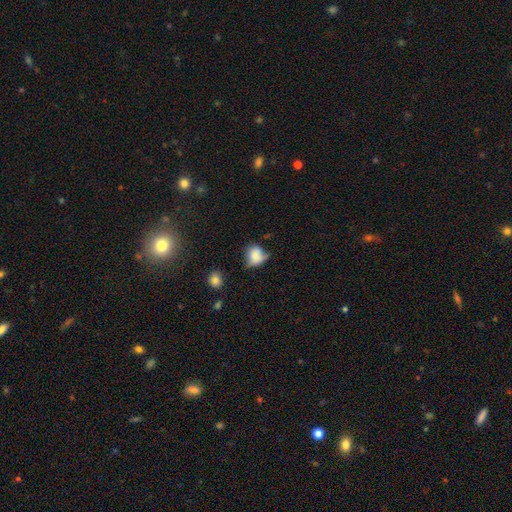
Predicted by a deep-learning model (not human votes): smooth-or-featured: smooth: 76% | featured or disk: 13% | star or artifact: 11%
  how-rounded: round: 61% | in between: 38% | cigar-shaped: 1%
  merging: minor disturbance: 39% | none: 38% | major disturbance: 16% | merger: 7%